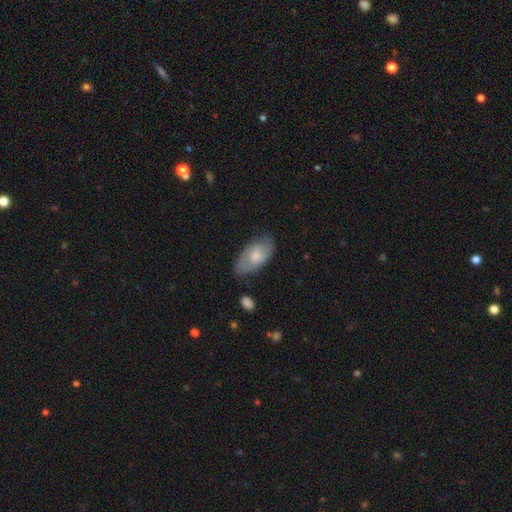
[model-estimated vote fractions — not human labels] A smooth galaxy with no disk features (53%) that is in between round and cigar-shaped (92%). Merging: none (64%).